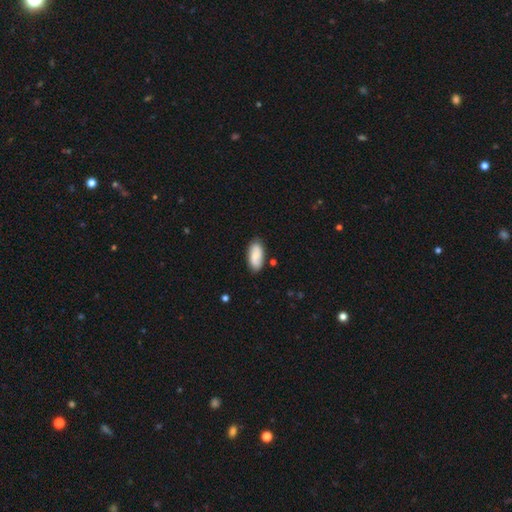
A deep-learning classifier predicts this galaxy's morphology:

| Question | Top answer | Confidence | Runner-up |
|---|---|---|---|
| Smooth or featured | smooth | 74% | featured or disk (19%) |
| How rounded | in between | 92% | cigar-shaped (6%) |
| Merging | none | 83% | minor disturbance (12%) |